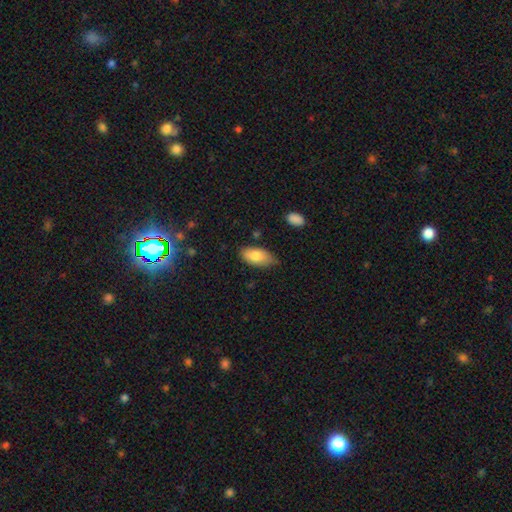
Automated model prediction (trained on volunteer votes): Morphology: type=smooth (80%); roundness=in between (93%); merging=none (72%).